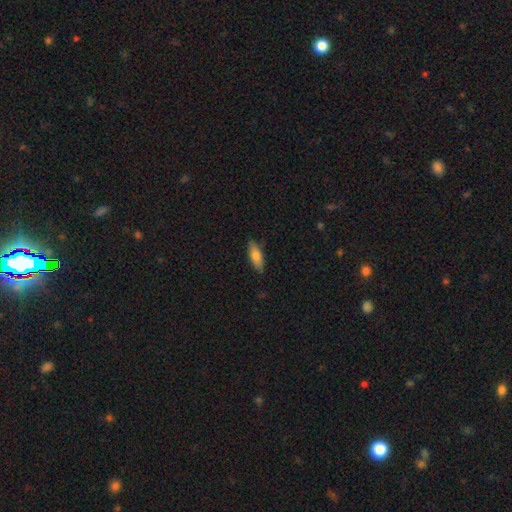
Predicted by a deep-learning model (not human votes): Q: Smooth or featured?
A: smooth (76%); runner-up: featured or disk (17%)
Q: How rounded?
A: in between (63%); runner-up: cigar-shaped (34%)
Q: Merging?
A: none (86%); runner-up: minor disturbance (11%)